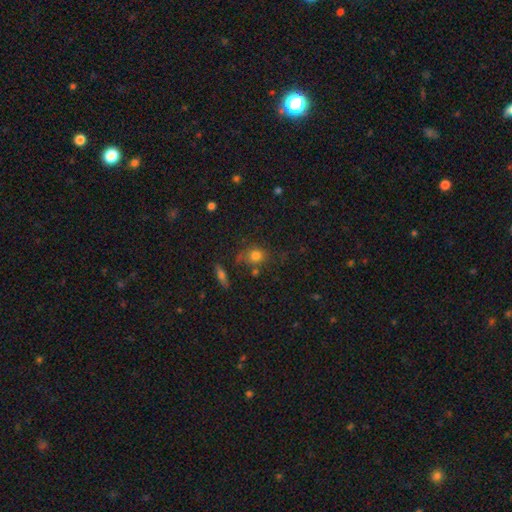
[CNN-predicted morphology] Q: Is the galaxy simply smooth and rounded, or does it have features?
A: smooth — 76%.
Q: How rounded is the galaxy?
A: round — 71%.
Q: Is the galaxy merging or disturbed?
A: none — 66%.